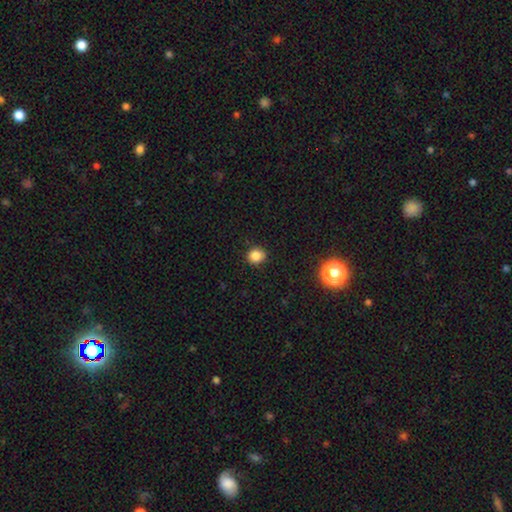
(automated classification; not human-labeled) Smooth or featured? smooth (84%)
How rounded? round (77%)
Merging? none (85%)